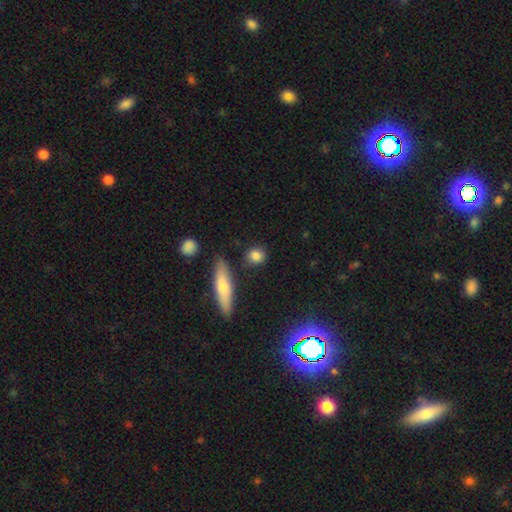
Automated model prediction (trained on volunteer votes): A smooth galaxy with no disk features (83%) that is round (64%).

Vote fractions:
- Smooth or featured? smooth: 83% / featured or disk: 9% / star or artifact: 8%
- How rounded? round: 64% / in between: 29% / cigar-shaped: 7%
- Merging? none: 80% / minor disturbance: 13% / merger: 4% / major disturbance: 3%